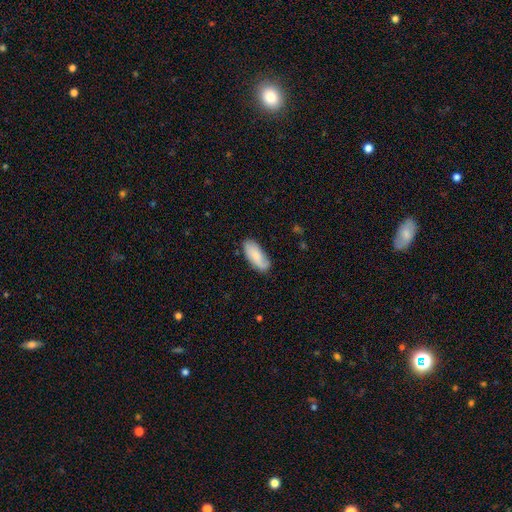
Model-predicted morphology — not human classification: Q: Smooth or featured?
A: smooth (75%); runner-up: featured or disk (19%)
Q: How rounded?
A: in between (84%); runner-up: cigar-shaped (14%)
Q: Merging?
A: none (76%); runner-up: minor disturbance (18%)